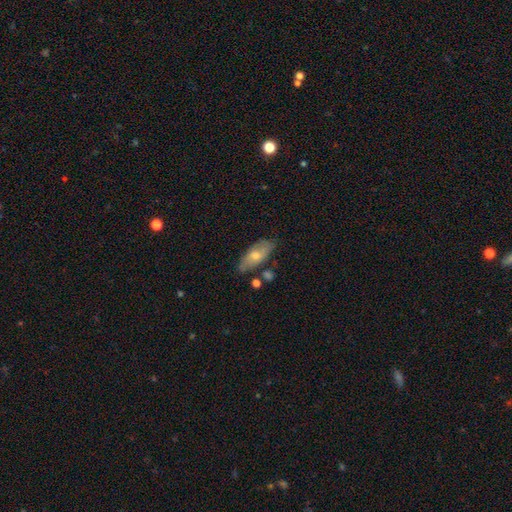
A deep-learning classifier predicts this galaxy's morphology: smooth_or_featured: smooth (p=0.53) [alt: featured or disk p=0.40]
how_rounded: in between (p=0.82) [alt: cigar-shaped p=0.14]
merging: none (p=0.68) [alt: minor disturbance p=0.21]